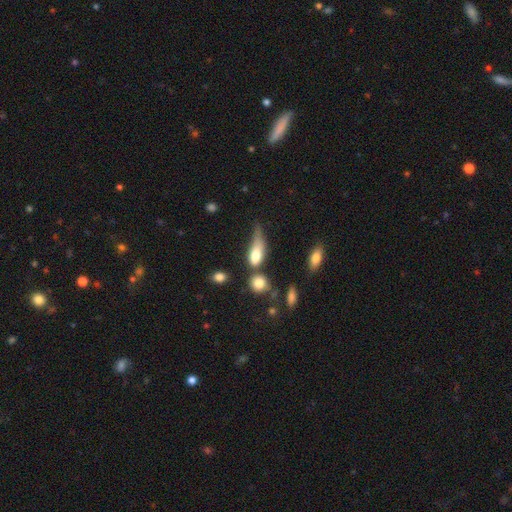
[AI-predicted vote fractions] Smooth or featured? smooth (72%)
How rounded? in between (71%)
Merging? major disturbance (31%)